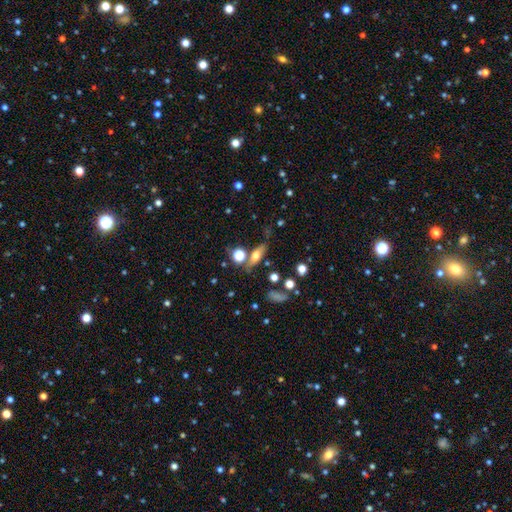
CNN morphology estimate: smooth-or-featured: smooth: 55% | featured or disk: 33% | star or artifact: 12%
  how-rounded: in between: 54% | cigar-shaped: 36% | round: 10%
  merging: none: 66% | minor disturbance: 16% | merger: 12% | major disturbance: 7%